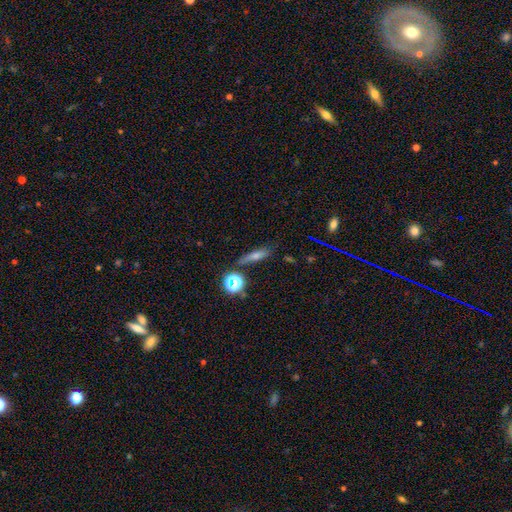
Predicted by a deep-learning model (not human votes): Smooth or featured? Predicted: smooth (p=0.43). Merging? Predicted: none (p=0.78).